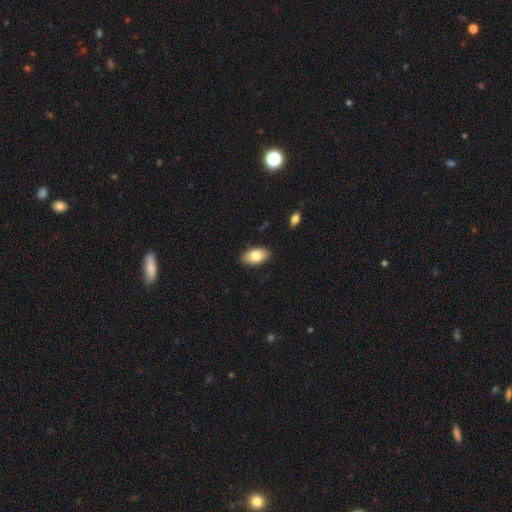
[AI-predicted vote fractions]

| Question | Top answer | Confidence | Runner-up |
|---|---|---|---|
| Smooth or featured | smooth | 81% | featured or disk (12%) |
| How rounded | in between | 93% | round (6%) |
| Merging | none | 88% | minor disturbance (9%) |